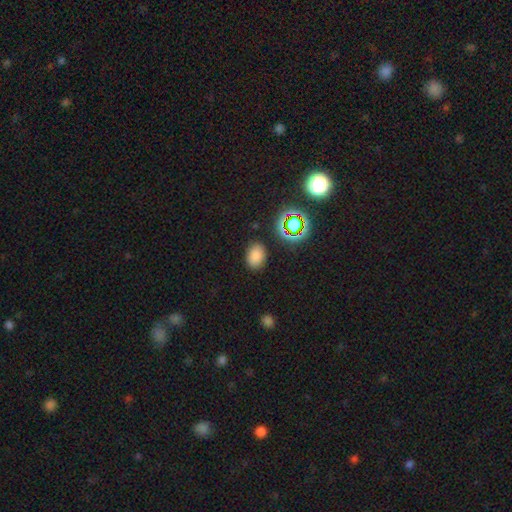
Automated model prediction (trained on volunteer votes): The model was most divided on "how rounded": in between: 78%, round: 21%, cigar-shaped: 1%. More confident: merging — none (85%); smooth or featured — smooth (78%).